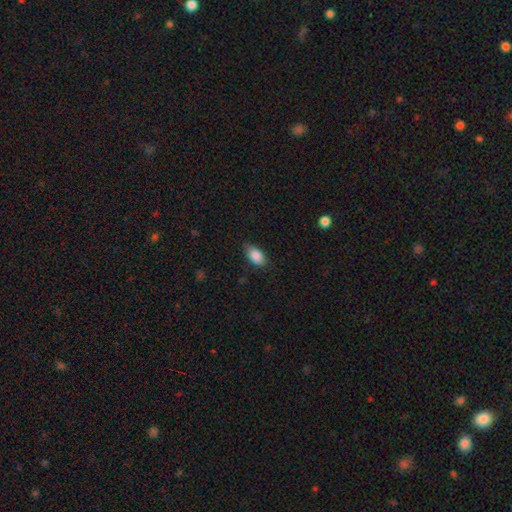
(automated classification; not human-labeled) A smooth galaxy with no disk features (86%) that is in between round and cigar-shaped (90%).

Vote fractions:
- Smooth or featured? smooth: 86% / star or artifact: 7% / featured or disk: 7%
- How rounded? in between: 90% / round: 6% / cigar-shaped: 4%
- Merging? none: 74% / minor disturbance: 21% / major disturbance: 4% / merger: 1%